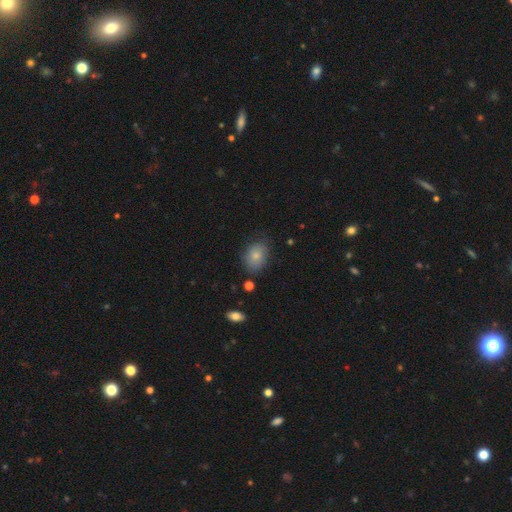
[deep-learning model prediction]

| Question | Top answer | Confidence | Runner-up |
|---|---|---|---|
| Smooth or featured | smooth | 79% | featured or disk (12%) |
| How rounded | in between | 67% | round (32%) |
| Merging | none | 71% | minor disturbance (21%) |